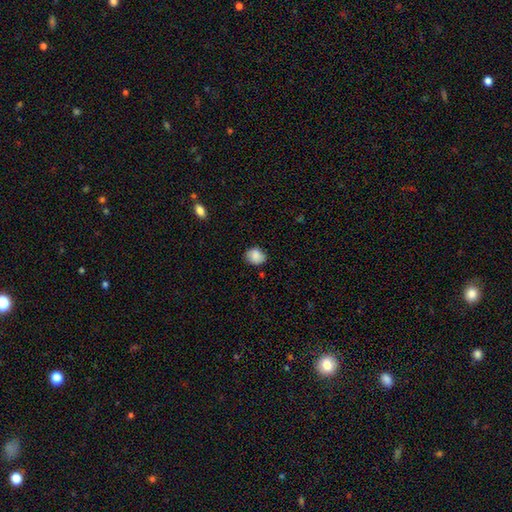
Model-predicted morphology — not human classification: smooth-or-featured: smooth: 86% | star or artifact: 8% | featured or disk: 6%
  how-rounded: round: 53% | in between: 46% | cigar-shaped: 1%
  merging: none: 76% | minor disturbance: 19% | major disturbance: 3% | merger: 2%